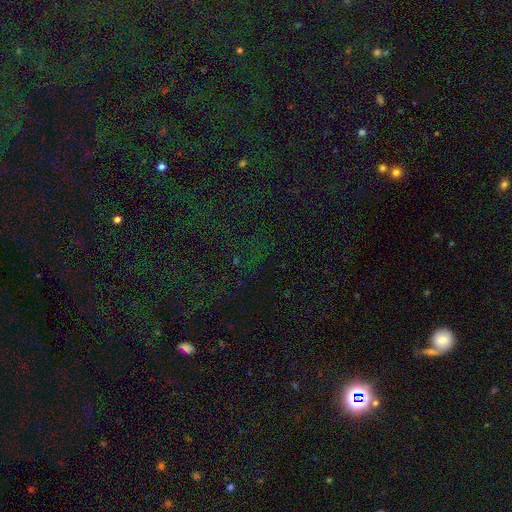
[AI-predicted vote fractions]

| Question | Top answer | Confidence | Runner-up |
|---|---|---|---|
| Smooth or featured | star or artifact | 78% | smooth (14%) |